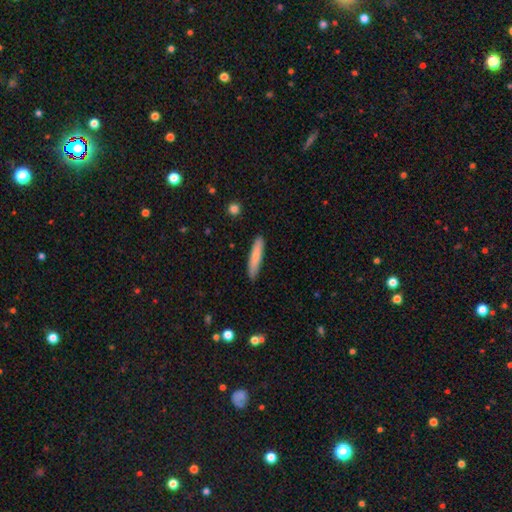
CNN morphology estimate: smooth-or-featured: smooth: 79% | featured or disk: 15% | star or artifact: 6%
  how-rounded: cigar-shaped: 89% | in between: 10% | round: 1%
  merging: none: 87% | minor disturbance: 10% | major disturbance: 2% | merger: 1%